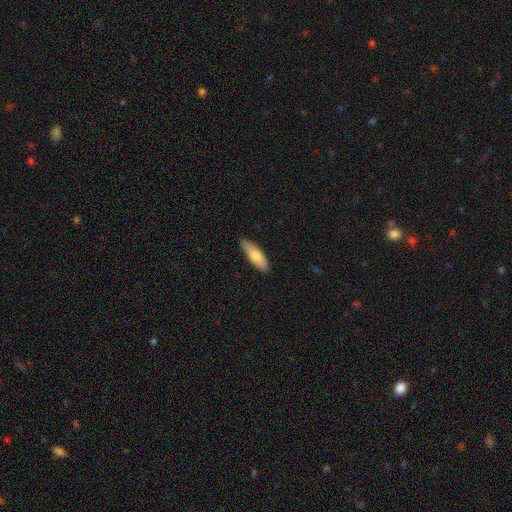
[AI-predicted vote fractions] smooth_or_featured: smooth (p=0.71) [alt: featured or disk p=0.23]
how_rounded: in between (p=0.50) [alt: cigar-shaped p=0.48]
merging: none (p=0.86) [alt: minor disturbance p=0.12]